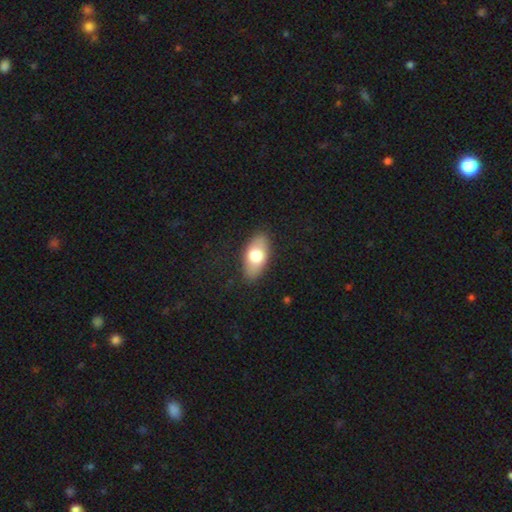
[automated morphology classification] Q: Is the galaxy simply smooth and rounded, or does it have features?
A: smooth — 69%.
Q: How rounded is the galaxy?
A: in between — 90%.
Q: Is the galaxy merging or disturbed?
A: none — 85%.